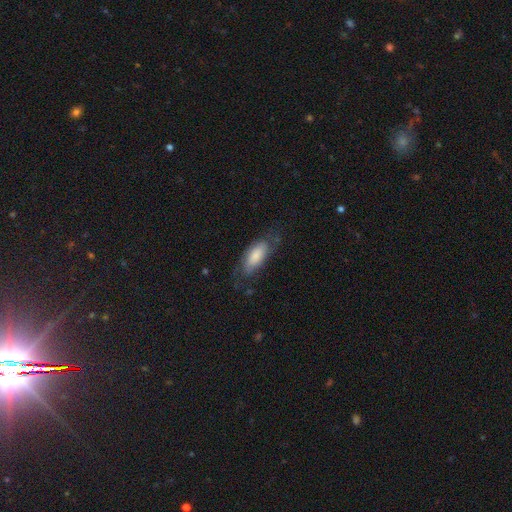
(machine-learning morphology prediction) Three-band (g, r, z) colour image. It shows a smooth galaxy with no disk features (71%) that is in between round and cigar-shaped (80%). Merging: none (61%).